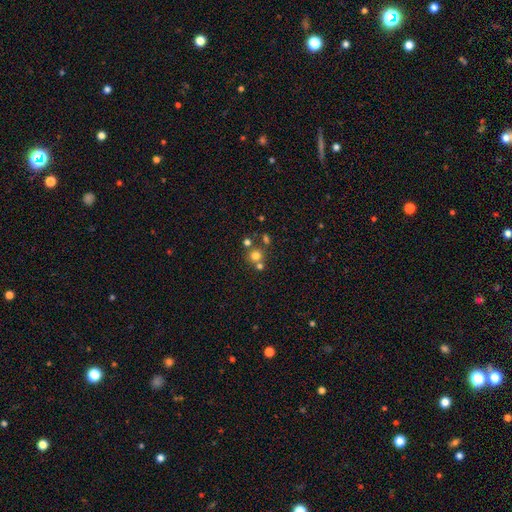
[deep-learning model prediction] This appears to be a smooth galaxy with no disk features (71%) that is round (90%). Merging: none (61%).